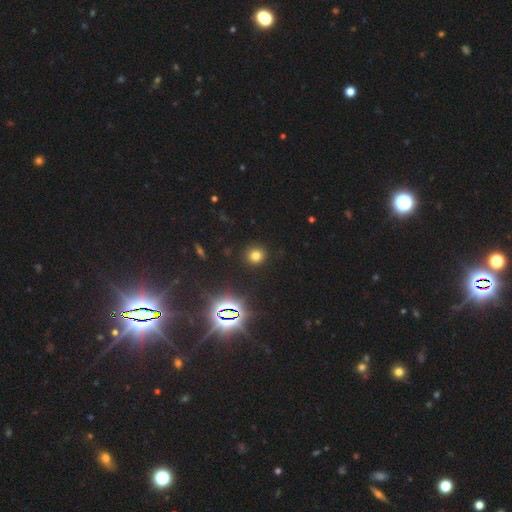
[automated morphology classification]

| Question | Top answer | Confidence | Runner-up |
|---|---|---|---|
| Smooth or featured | smooth | 71% | star or artifact (23%) |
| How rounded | round | 89% | in between (10%) |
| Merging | none | 91% | minor disturbance (6%) |